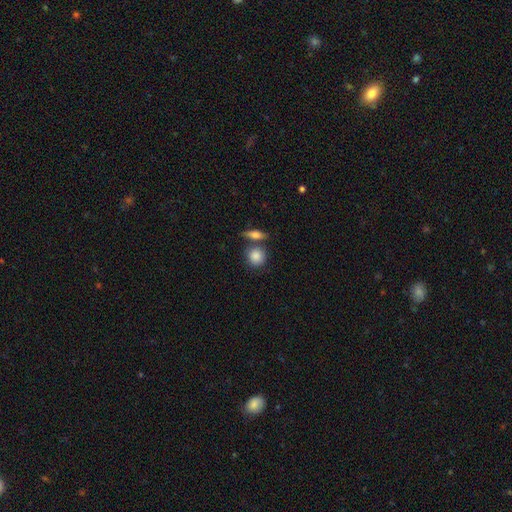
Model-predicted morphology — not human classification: This appears to be a smooth galaxy with no disk features (85%) that is round (79%). Merging: none (62%).